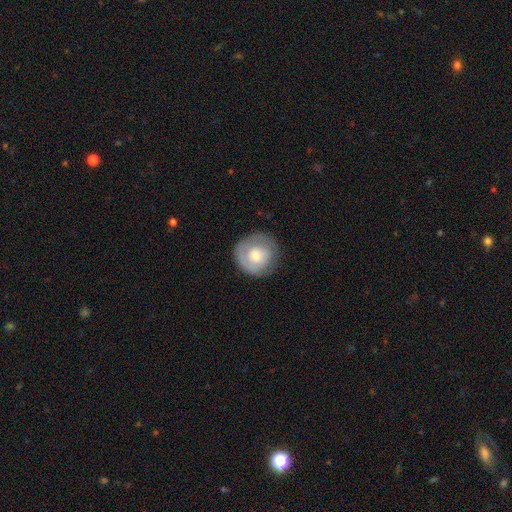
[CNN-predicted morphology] smooth-or-featured: smooth: 61% | featured or disk: 33% | star or artifact: 6%
  how-rounded: round: 92% | in between: 7% | cigar-shaped: 1%
  merging: none: 78% | minor disturbance: 15% | major disturbance: 6% | merger: 1%